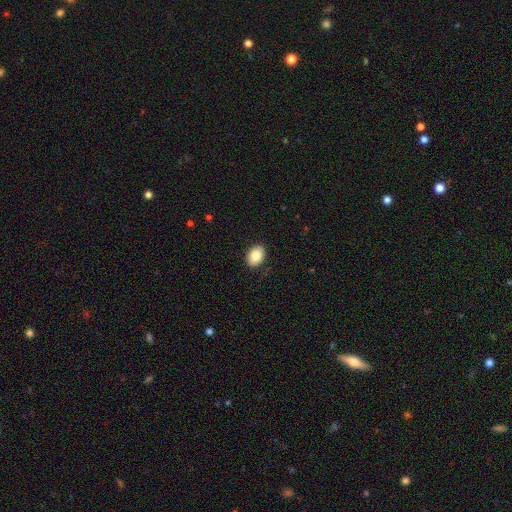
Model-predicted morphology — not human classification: The model was most divided on "how rounded": in between: 82%, round: 17%, cigar-shaped: 1%. More confident: merging — none (87%); smooth or featured — smooth (84%).